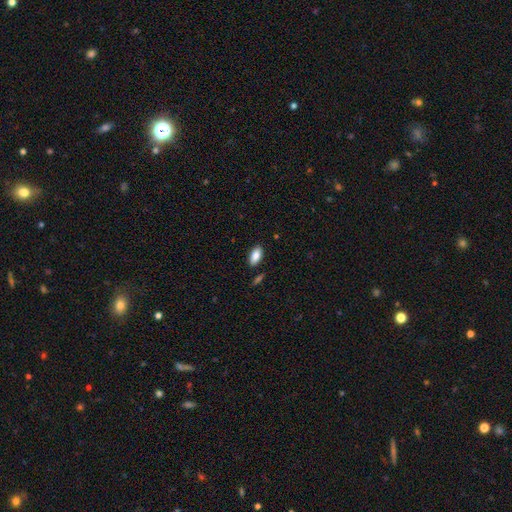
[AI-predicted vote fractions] Morphology: type=smooth (86%); roundness=in between (91%); merging=none (86%).